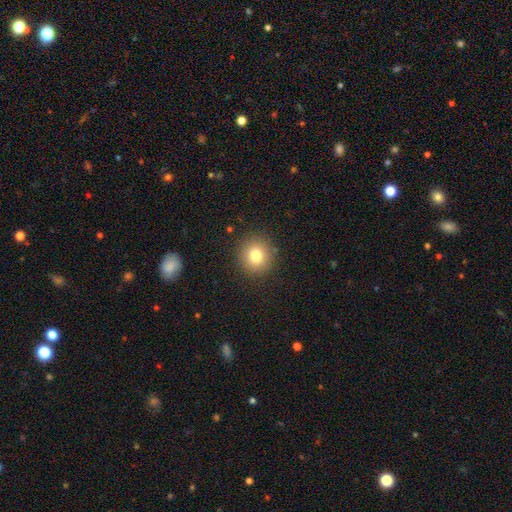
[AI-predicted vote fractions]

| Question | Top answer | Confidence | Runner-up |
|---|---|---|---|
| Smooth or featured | smooth | 79% | star or artifact (12%) |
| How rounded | round | 90% | in between (9%) |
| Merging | none | 90% | minor disturbance (7%) |